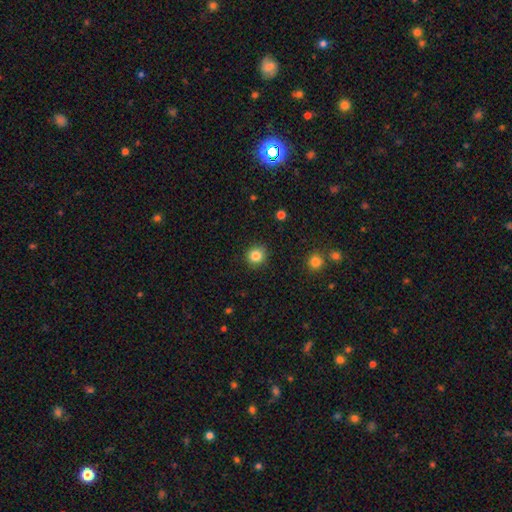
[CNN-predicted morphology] Overall: smooth (84%). How rounded: round (91%). Merging: none (90%).